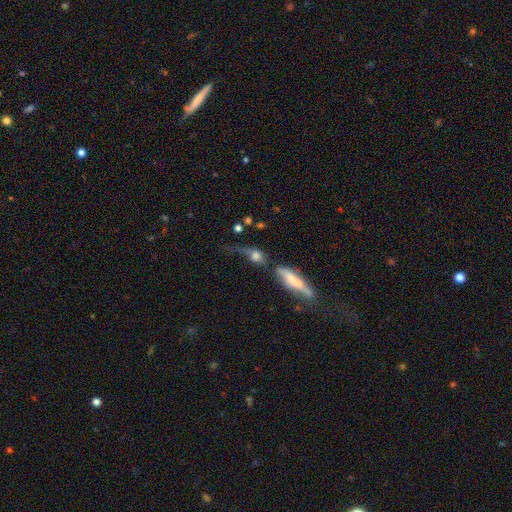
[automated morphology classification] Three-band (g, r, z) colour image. It shows a smooth galaxy with no disk features (65%) that is in between round and cigar-shaped (57%). Merging: major disturbance (32%).